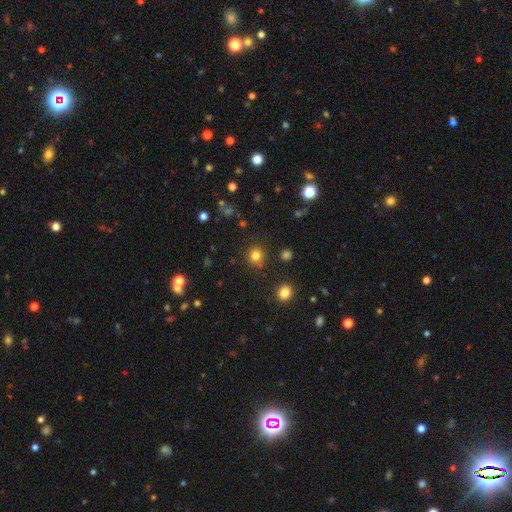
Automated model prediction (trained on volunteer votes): smooth_or_featured: smooth (p=0.81) [alt: star or artifact p=0.14]
how_rounded: round (p=0.89) [alt: in between p=0.10]
merging: none (p=0.86) [alt: minor disturbance p=0.08]